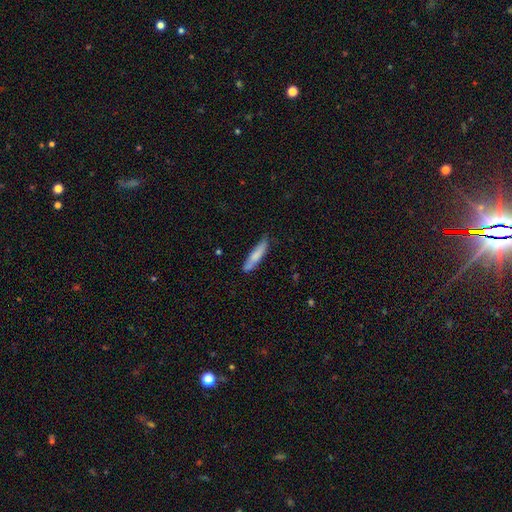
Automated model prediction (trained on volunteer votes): This is likely a smooth galaxy (74%). How rounded: clearly cigar-shaped (84%). Merging: likely none (74%).